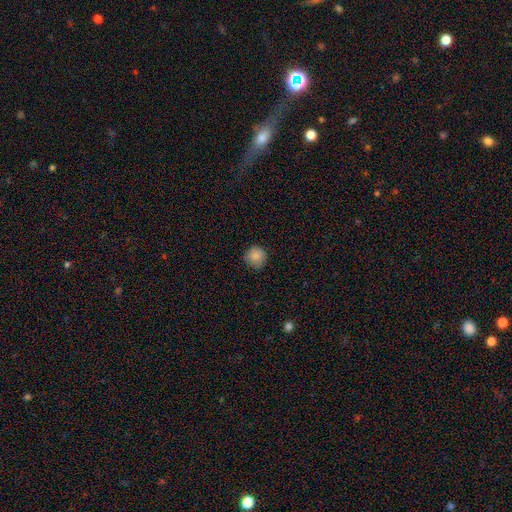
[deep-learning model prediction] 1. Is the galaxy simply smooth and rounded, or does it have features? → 85% smooth, 9% star or artifact, 6% featured or disk.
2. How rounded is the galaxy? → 93% round, 6% in between, 1% cigar-shaped.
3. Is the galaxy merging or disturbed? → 83% none, 14% minor disturbance, 2% major disturbance, 1% merger.